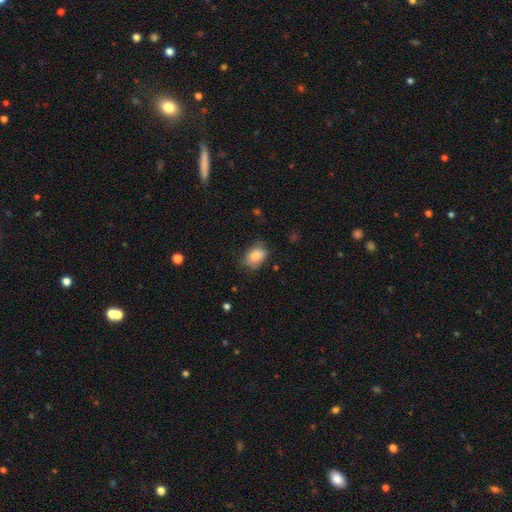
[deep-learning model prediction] A smooth galaxy with no disk features (85%) that is in between round and cigar-shaped (80%). Merging: none (73%).